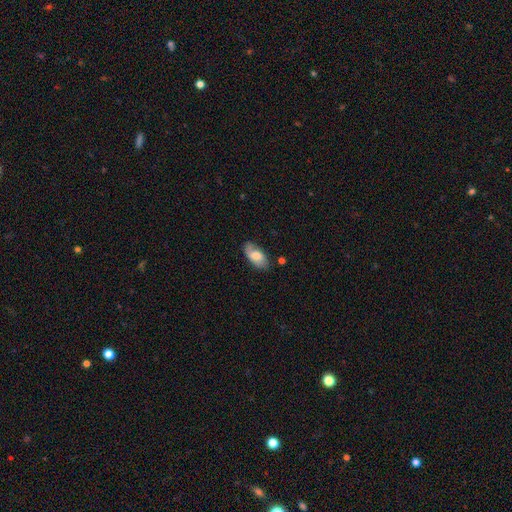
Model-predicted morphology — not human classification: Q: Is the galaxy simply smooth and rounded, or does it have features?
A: smooth — 67%.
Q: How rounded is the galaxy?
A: in between — 92%.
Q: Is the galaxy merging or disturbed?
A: none — 68%.